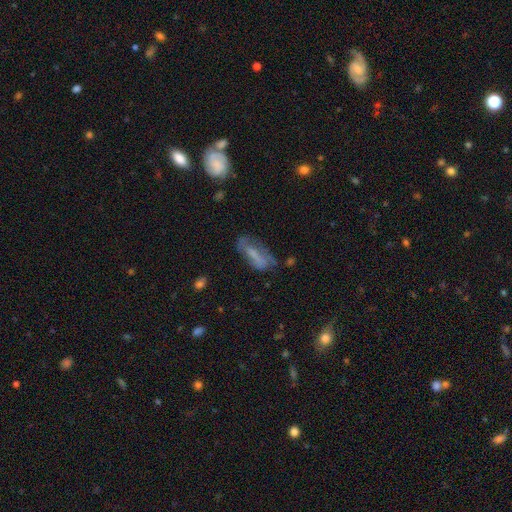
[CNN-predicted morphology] smooth_or_featured: featured or disk (p=0.46) [alt: smooth p=0.44]
merging: none (p=0.54) [alt: minor disturbance p=0.27]